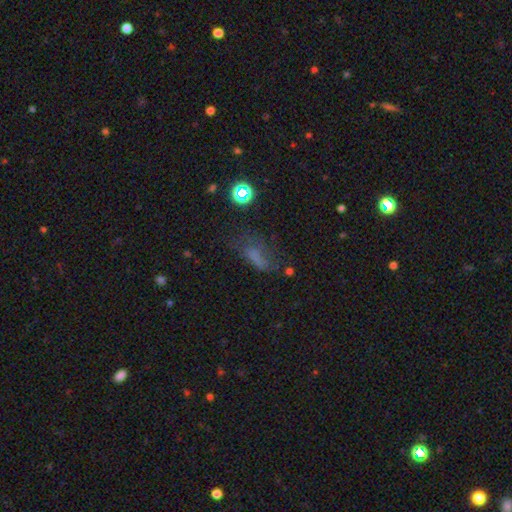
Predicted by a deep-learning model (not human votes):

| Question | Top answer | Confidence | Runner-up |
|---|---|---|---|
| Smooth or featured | smooth | 56% | star or artifact (23%) |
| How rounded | in between | 68% | cigar-shaped (22%) |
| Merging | none | 42% | major disturbance (28%) |